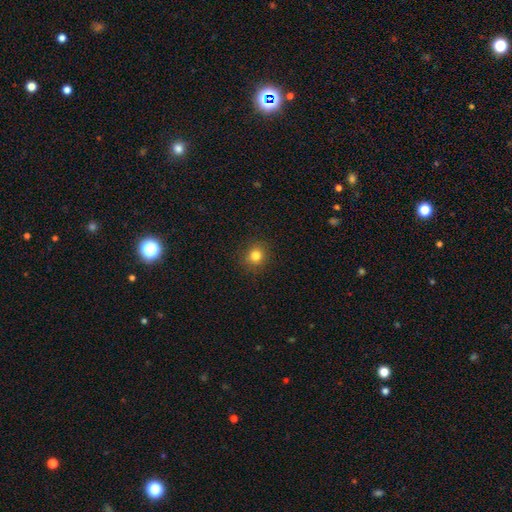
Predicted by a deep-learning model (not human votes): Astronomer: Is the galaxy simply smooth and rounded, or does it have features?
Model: smooth — 81%.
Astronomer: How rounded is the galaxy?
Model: round — 87%.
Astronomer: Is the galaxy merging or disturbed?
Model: none — 90%.